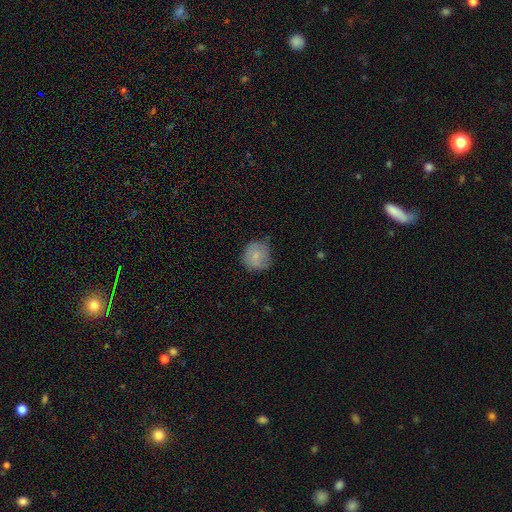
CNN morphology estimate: smooth 71%, featured or disk 21%, star or artifact 8%. Down the decision tree: how rounded — round (85%); merging — none (64%).